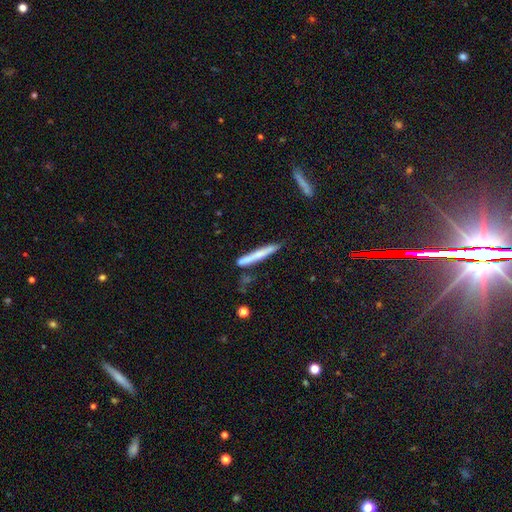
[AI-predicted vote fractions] Q: Smooth or featured?
A: smooth (60%); runner-up: featured or disk (33%)
Q: How rounded?
A: cigar-shaped (96%); runner-up: in between (3%)
Q: Merging?
A: none (78%); runner-up: minor disturbance (14%)